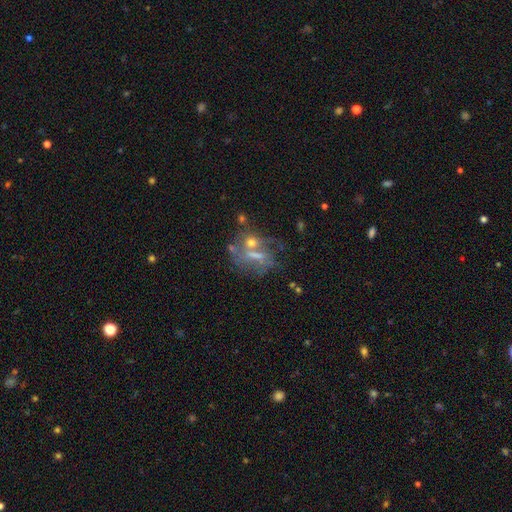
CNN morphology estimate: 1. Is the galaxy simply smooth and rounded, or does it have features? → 55% featured or disk, 26% smooth, 19% star or artifact.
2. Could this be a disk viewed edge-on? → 95% no, 5% yes.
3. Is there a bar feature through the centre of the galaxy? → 55% no, 30% weak, 14% strong.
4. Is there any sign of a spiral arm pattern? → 65% no, 35% yes.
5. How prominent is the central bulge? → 36% moderate, 33% small, 24% none, 5% large, 2% dominant.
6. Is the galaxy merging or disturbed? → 36% none, 24% merger, 23% major disturbance, 16% minor disturbance.